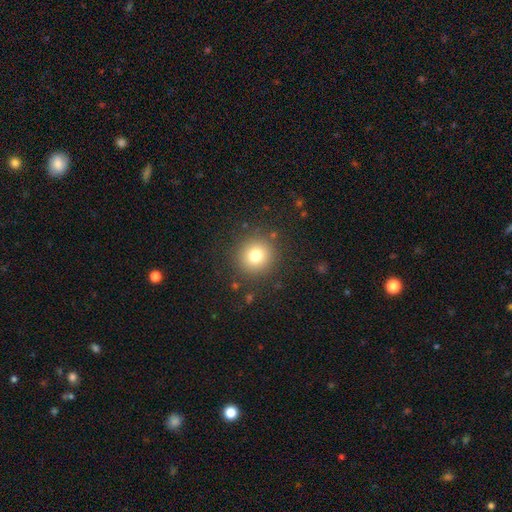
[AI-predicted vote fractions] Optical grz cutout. It shows a smooth galaxy with no disk features (77%) that is round (94%). Merging: none (88%).